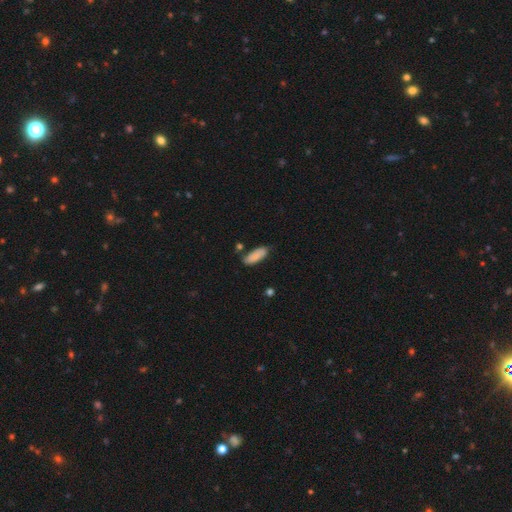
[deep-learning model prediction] Q: Smooth or featured?
A: smooth (85%); runner-up: featured or disk (9%)
Q: How rounded?
A: in between (71%); runner-up: cigar-shaped (27%)
Q: Merging?
A: none (75%); runner-up: minor disturbance (17%)